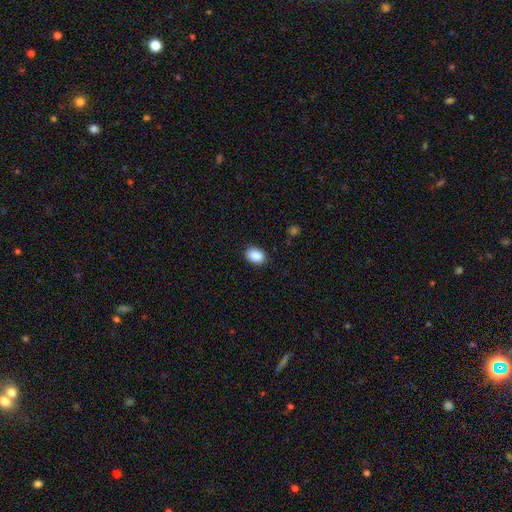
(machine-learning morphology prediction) A smooth galaxy with no disk features (88%) that is in between round and cigar-shaped (81%).

Vote fractions:
- Smooth or featured? smooth: 88% / star or artifact: 8% / featured or disk: 4%
- How rounded? in between: 81% / round: 18% / cigar-shaped: 1%
- Merging? none: 88% / minor disturbance: 9% / major disturbance: 2% / merger: 1%